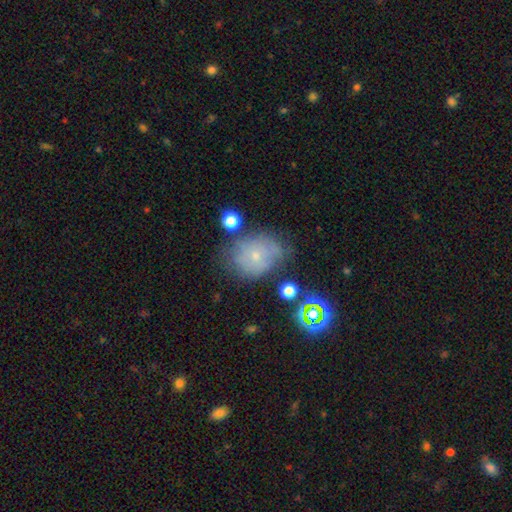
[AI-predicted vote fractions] Smooth or featured? smooth (52%)
How rounded? round (54%)
Merging? none (52%)